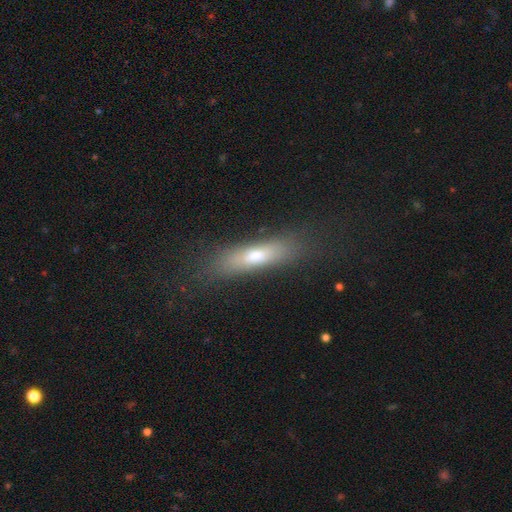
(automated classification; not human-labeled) This is likely a smooth galaxy (66%). How rounded: likely cigar-shaped (63%). Merging: likely none (77%).